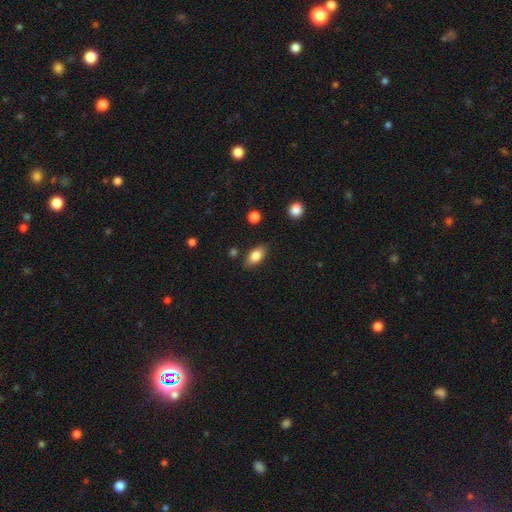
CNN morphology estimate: Smooth or featured?
  - smooth: 82% *
  - featured or disk: 11%
  - star or artifact: 8%
How rounded?
  - in between: 87% *
  - round: 7%
  - cigar-shaped: 6%
Merging?
  - none: 83% *
  - minor disturbance: 12%
  - major disturbance: 3%
  - merger: 2%